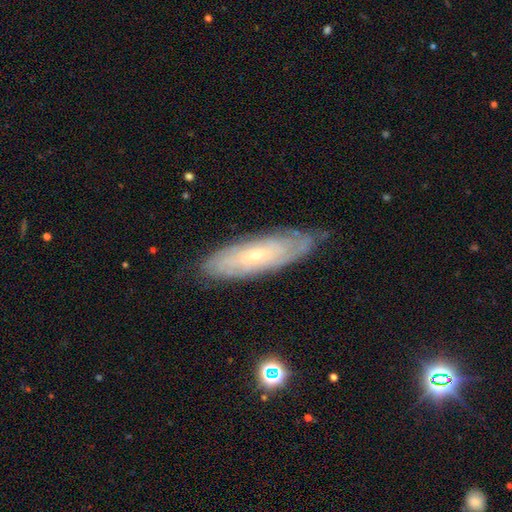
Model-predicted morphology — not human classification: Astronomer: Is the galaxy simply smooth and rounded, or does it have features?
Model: featured or disk — 70%.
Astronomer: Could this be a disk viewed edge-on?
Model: no — 77%.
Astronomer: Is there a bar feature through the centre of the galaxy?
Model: no — 76%.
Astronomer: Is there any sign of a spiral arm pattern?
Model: yes — 85%.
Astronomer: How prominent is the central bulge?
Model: small — 80%.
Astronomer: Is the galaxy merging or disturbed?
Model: none — 79%.